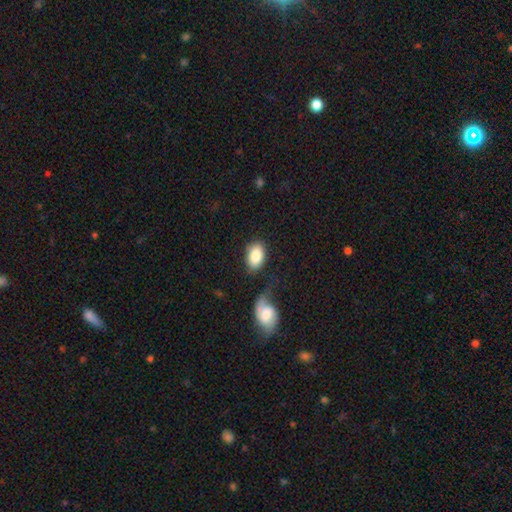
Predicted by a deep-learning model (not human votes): The model was most divided on "merging": none: 62%, minor disturbance: 16%, merger: 15%, major disturbance: 7%. More confident: how rounded — in between (86%); smooth or featured — smooth (86%).